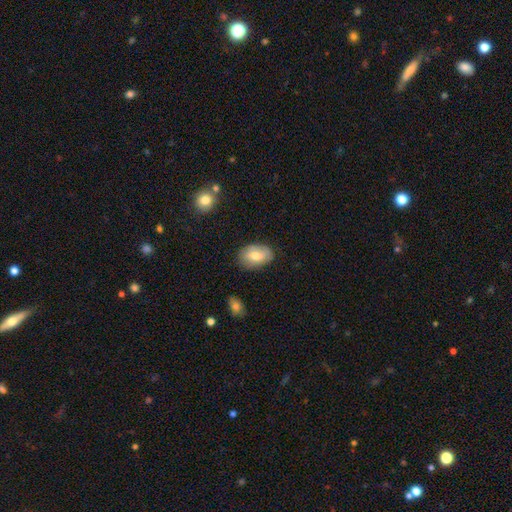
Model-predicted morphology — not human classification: smooth 68%, featured or disk 24%, star or artifact 7%. Down the decision tree: how rounded — in between (86%); merging — none (77%).